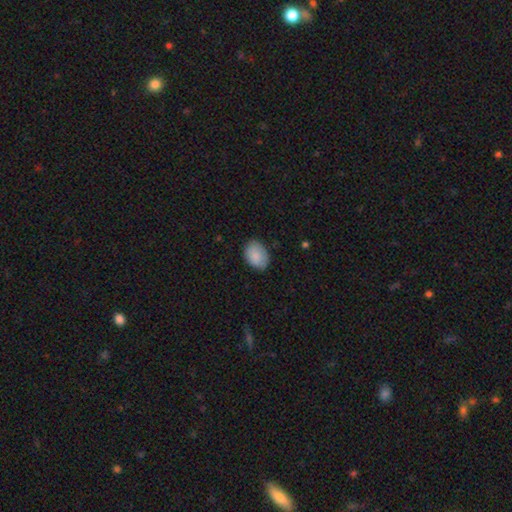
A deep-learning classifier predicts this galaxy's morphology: smooth-or-featured: smooth: 88% | star or artifact: 6% | featured or disk: 6%
  how-rounded: in between: 77% | round: 22% | cigar-shaped: 1%
  merging: none: 79% | minor disturbance: 17% | major disturbance: 3% | merger: 1%